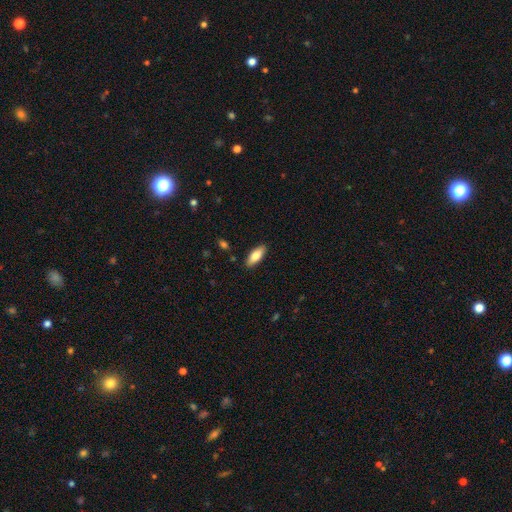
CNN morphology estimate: smooth_or_featured: smooth (p=0.79) [alt: featured or disk p=0.14]
how_rounded: in between (p=0.76) [alt: cigar-shaped p=0.22]
merging: none (p=0.88) [alt: minor disturbance p=0.09]